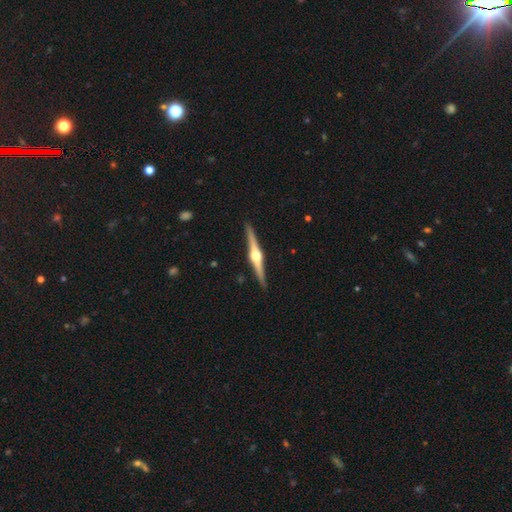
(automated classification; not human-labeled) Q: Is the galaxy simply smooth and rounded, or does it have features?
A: featured or disk — 85%.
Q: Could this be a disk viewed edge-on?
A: yes — 99%.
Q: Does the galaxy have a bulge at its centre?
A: rounded — 96%.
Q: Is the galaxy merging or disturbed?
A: none — 92%.